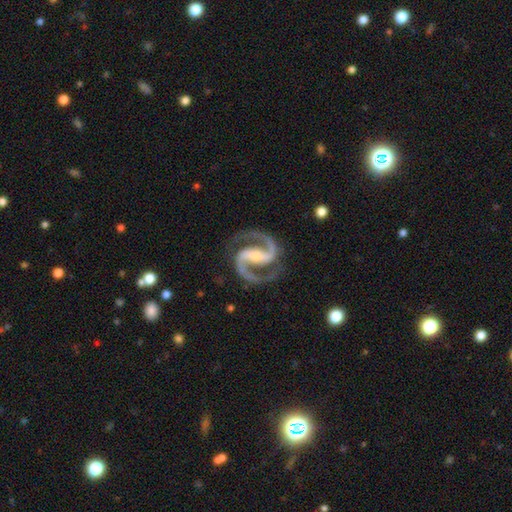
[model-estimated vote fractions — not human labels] A featured or disk galaxy (94%) with a strong bar (65%), 2 (95%) medium (66%) spiral arms (99%) and a small central bulge (58%). Merging: none (85%).